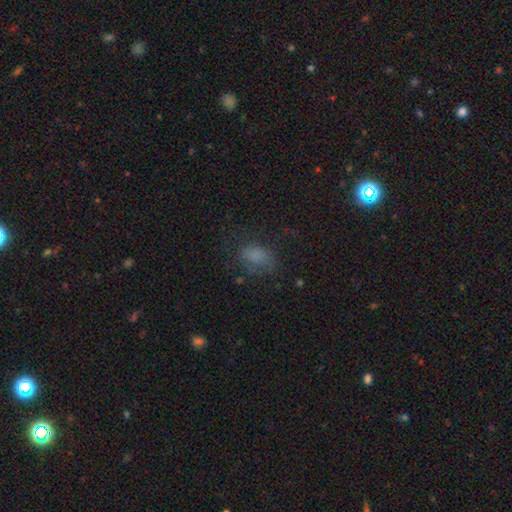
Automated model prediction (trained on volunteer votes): Smooth or featured? smooth (68%)
How rounded? in between (76%)
Merging? none (54%)